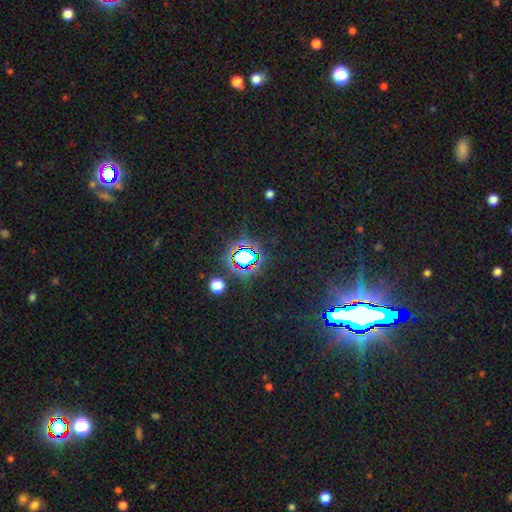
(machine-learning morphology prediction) type=star or artifact (84%).